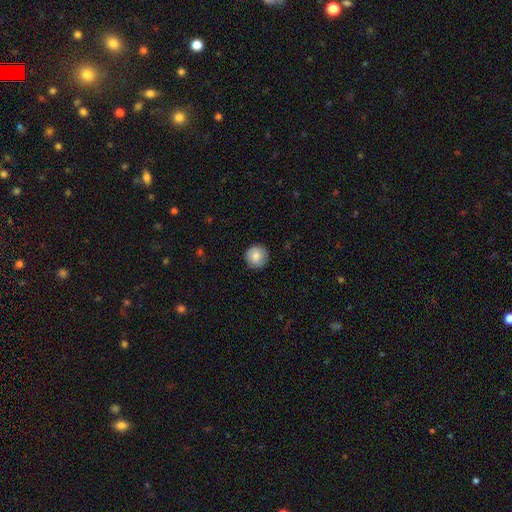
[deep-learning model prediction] A smooth galaxy with no disk features (85%) that is round (95%).

Vote fractions:
- Smooth or featured? smooth: 85% / star or artifact: 8% / featured or disk: 7%
- How rounded? round: 95% / in between: 4% / cigar-shaped: 1%
- Merging? none: 90% / minor disturbance: 8% / major disturbance: 2% / merger: 1%